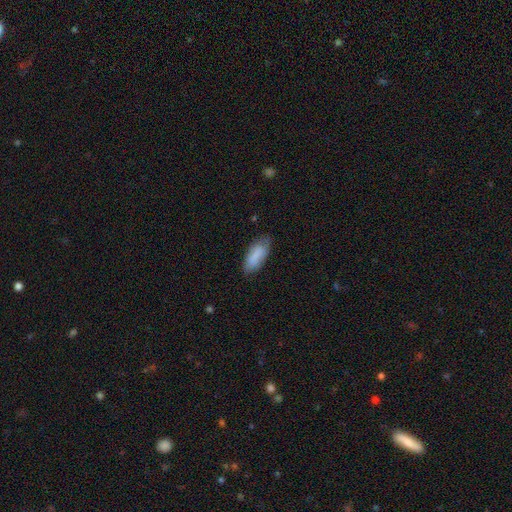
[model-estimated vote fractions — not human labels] This is clearly a smooth galaxy (82%). How rounded: clearly in between (81%). Merging: likely none (70%).